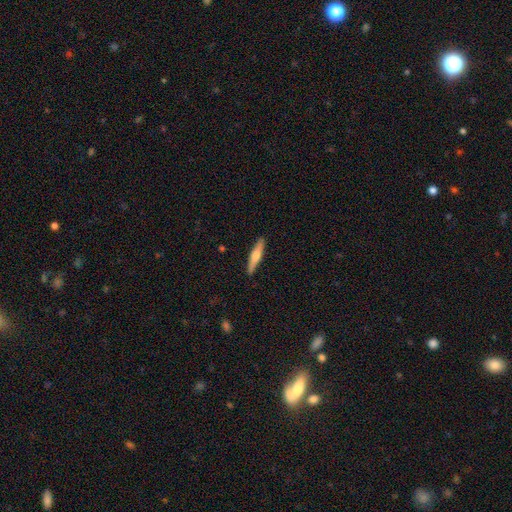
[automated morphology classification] Overall: featured or disk (49%; smooth 45%). Merging: none (90%).